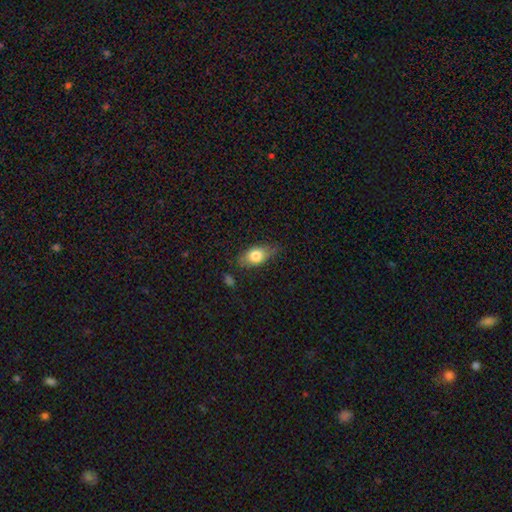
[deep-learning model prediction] Smooth or featured?
  - smooth: 76% *
  - featured or disk: 16%
  - star or artifact: 8%
How rounded?
  - in between: 83% *
  - round: 11%
  - cigar-shaped: 6%
Merging?
  - none: 68% *
  - minor disturbance: 24%
  - major disturbance: 6%
  - merger: 3%